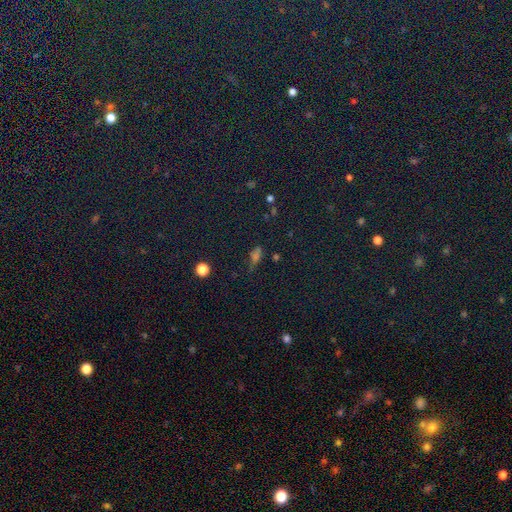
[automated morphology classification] Smooth or featured? smooth (46%)
Merging? none (61%)